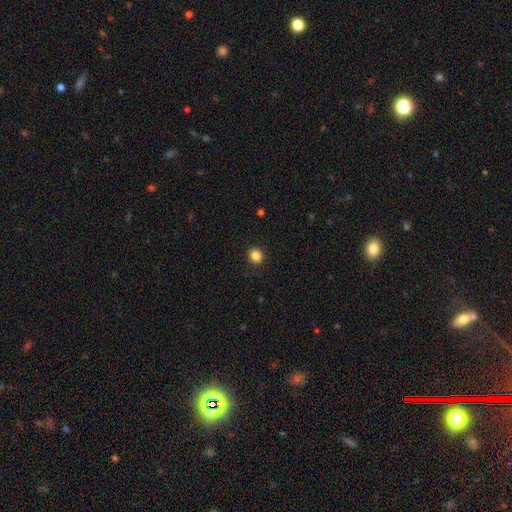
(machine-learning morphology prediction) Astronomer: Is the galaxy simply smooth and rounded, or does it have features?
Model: smooth — 85%.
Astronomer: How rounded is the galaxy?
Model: round — 72%.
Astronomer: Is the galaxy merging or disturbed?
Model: none — 91%.